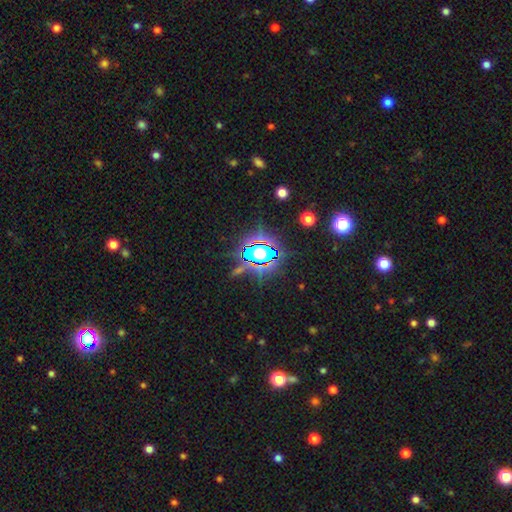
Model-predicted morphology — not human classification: Smooth or featured?
  - star or artifact: 78% *
  - smooth: 13%
  - featured or disk: 9%